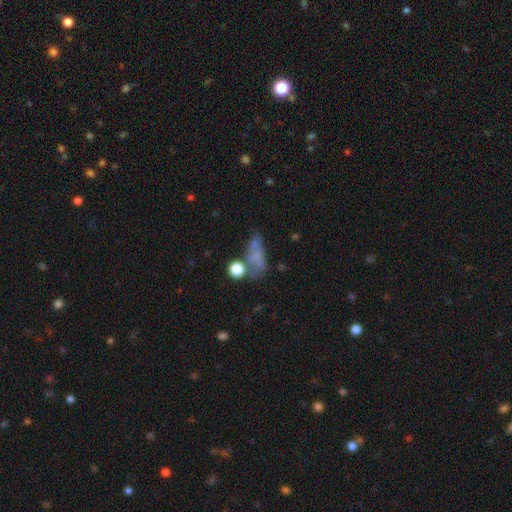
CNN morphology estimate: Smooth or featured?
  - smooth: 54% *
  - featured or disk: 27%
  - star or artifact: 18%
How rounded?
  - in between: 57% *
  - cigar-shaped: 27%
  - round: 17%
Merging?
  - none: 35% *
  - major disturbance: 25%
  - minor disturbance: 22%
  - merger: 18%